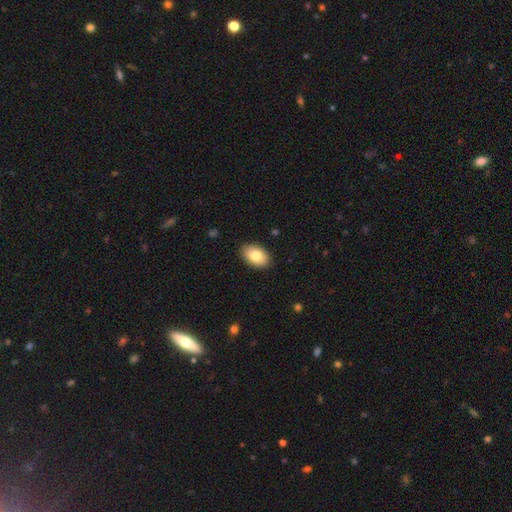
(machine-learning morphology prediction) This is clearly a smooth galaxy (83%). How rounded: clearly in between (93%). Merging: clearly none (88%).